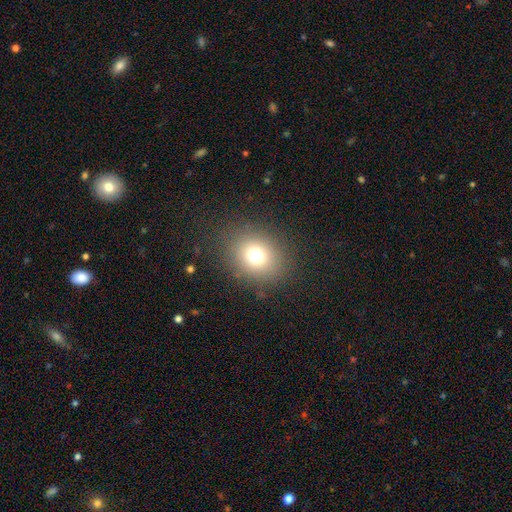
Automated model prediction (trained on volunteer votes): smooth 71%, star or artifact 18%, featured or disk 11%. Down the decision tree: how rounded — round (74%); merging — none (85%).